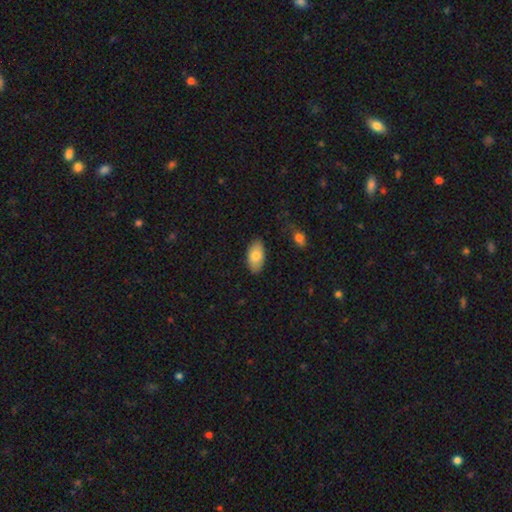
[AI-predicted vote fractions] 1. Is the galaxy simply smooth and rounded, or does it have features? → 82% smooth, 12% featured or disk, 6% star or artifact.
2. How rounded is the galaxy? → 94% in between, 3% round, 2% cigar-shaped.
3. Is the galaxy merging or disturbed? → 84% none, 12% minor disturbance, 2% major disturbance, 2% merger.